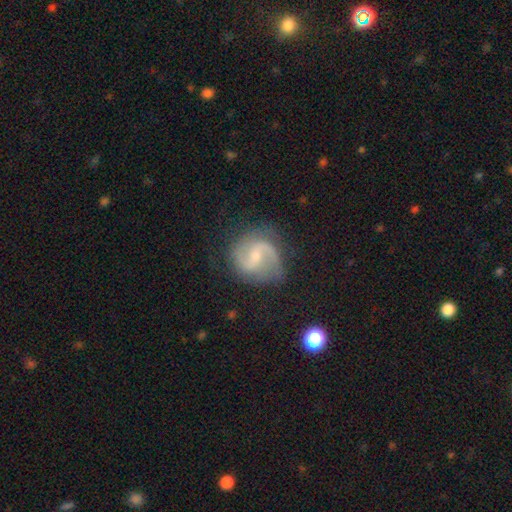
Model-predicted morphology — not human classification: Smooth or featured?
  - featured or disk: 86% *
  - smooth: 9%
  - star or artifact: 5%
Edge-on disk?
  - no: 98% *
  - yes: 2%
Bar?
  - weak: 52% *
  - no: 32%
  - strong: 16%
Spiral arms?
  - yes: 97% *
  - no: 3%
Spiral winding?
  - medium: 51% *
  - loose: 36%
  - tight: 13%
Spiral arm count?
  - 2: 91% *
  - 1: 3%
  - can't tell: 3%
  - 3: 1%
  - 4: 1%
  - more than 4: 1%
Bulge size?
  - small: 58% *
  - moderate: 34%
  - none: 6%
  - large: 2%
  - dominant: 1%
Merging?
  - none: 77% *
  - minor disturbance: 15%
  - major disturbance: 6%
  - merger: 1%